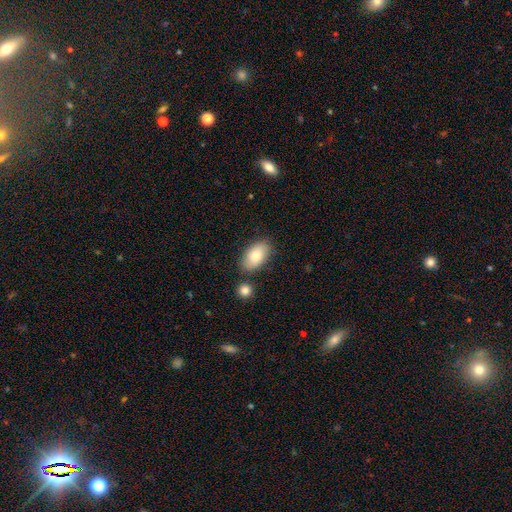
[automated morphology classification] Smooth or featured: smooth — 80% (featured or disk — 13%)
How rounded: in between — 93% (round — 5%)
Merging: none — 78% (minor disturbance — 12%)